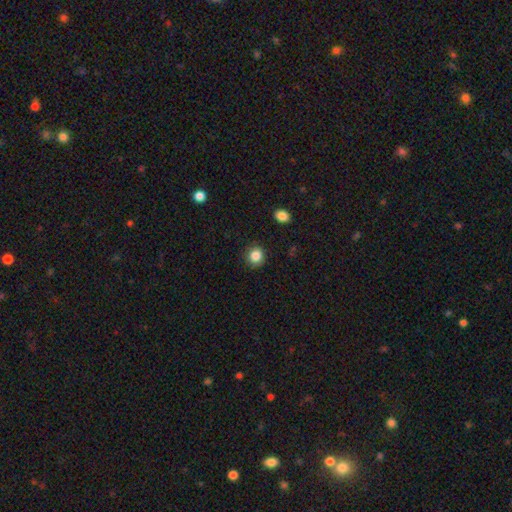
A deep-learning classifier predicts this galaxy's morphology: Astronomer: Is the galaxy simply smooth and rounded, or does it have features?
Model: smooth — 85%.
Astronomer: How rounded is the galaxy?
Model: round — 86%.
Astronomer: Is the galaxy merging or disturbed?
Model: none — 89%.